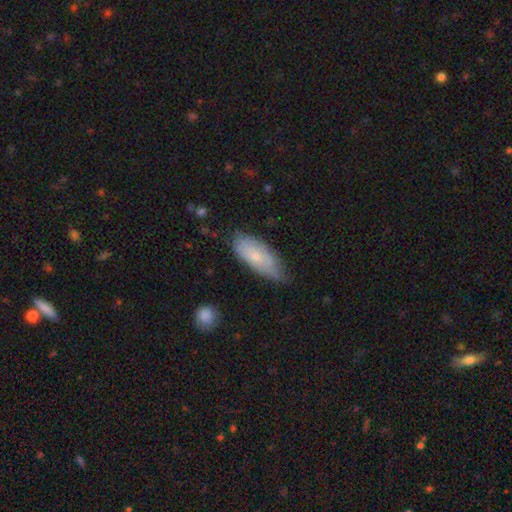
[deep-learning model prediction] smooth_or_featured: smooth (p=0.64) [alt: featured or disk p=0.29]
how_rounded: in between (p=0.82) [alt: cigar-shaped p=0.15]
merging: none (p=0.52) [alt: minor disturbance p=0.39]